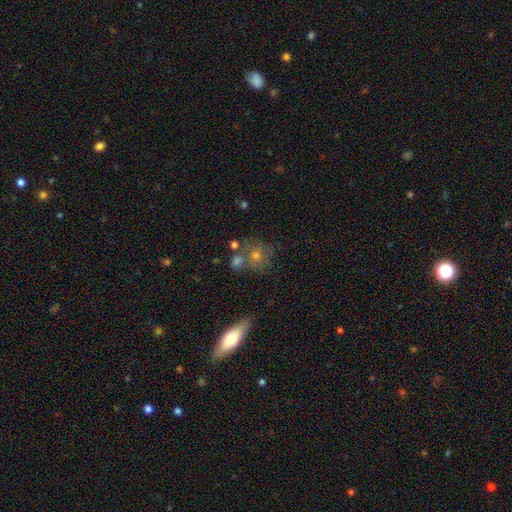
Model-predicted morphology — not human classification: Smooth or featured? Predicted: smooth (p=0.50). Merging? Predicted: none (p=0.64).